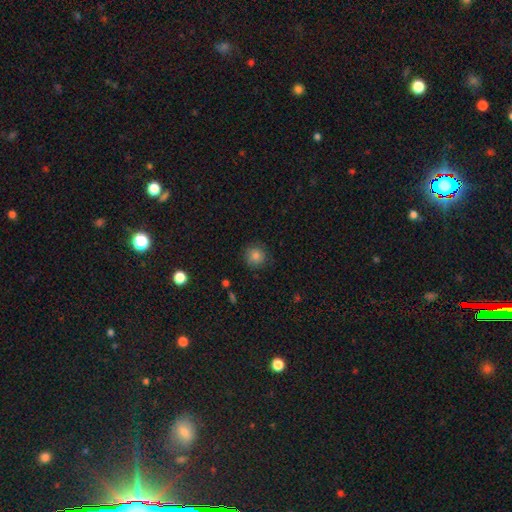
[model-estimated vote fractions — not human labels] Smooth or featured?
  - smooth: 83% *
  - star or artifact: 11%
  - featured or disk: 6%
How rounded?
  - round: 93% *
  - in between: 6%
  - cigar-shaped: 1%
Merging?
  - none: 86% *
  - minor disturbance: 10%
  - major disturbance: 3%
  - merger: 1%